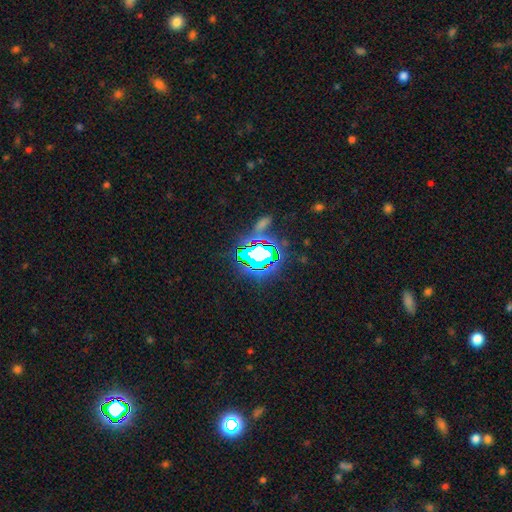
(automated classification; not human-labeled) This is likely a star or artifact rather than a galaxy (70%).